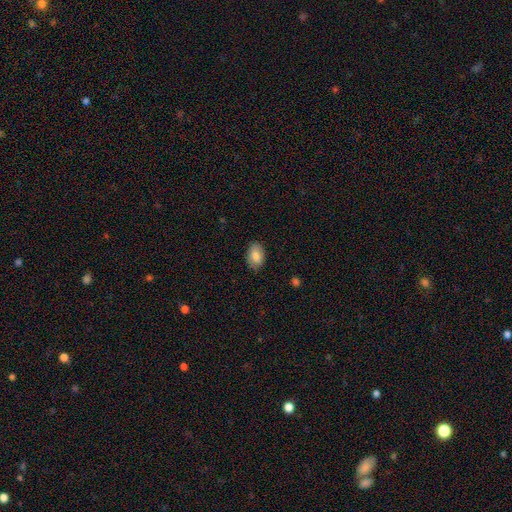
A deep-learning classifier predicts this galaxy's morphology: Overall: smooth (82%). How rounded: in between (88%). Merging: none (84%).